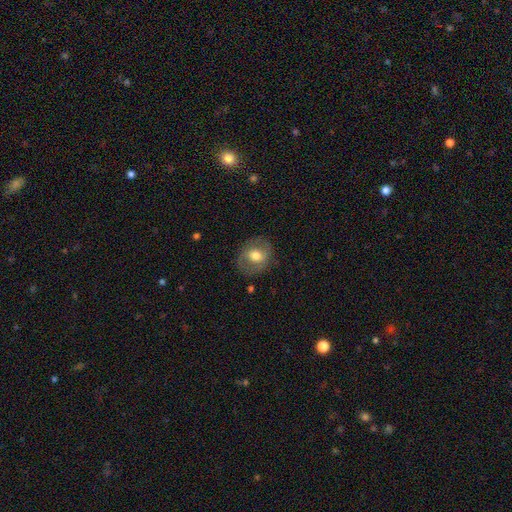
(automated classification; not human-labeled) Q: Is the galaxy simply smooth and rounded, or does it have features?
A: smooth — 59%.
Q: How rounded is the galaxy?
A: round — 63%.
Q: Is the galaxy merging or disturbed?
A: none — 80%.